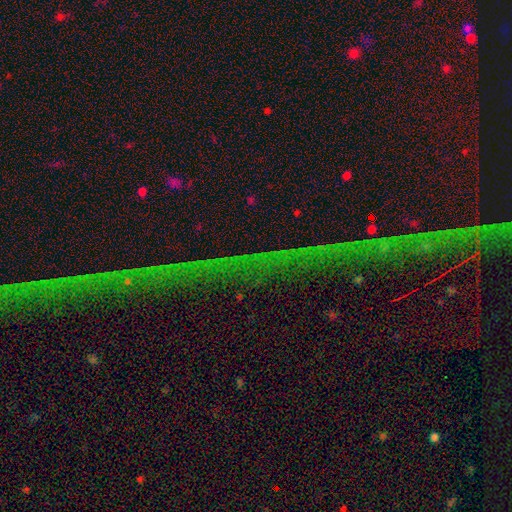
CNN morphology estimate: Smooth or featured? star or artifact (75%)